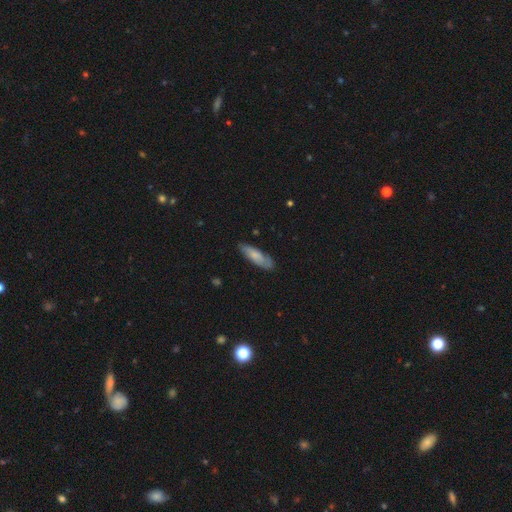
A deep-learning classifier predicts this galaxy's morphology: This is possibly a smooth galaxy (60%). How rounded: possibly in between (50%). Merging: likely none (78%).